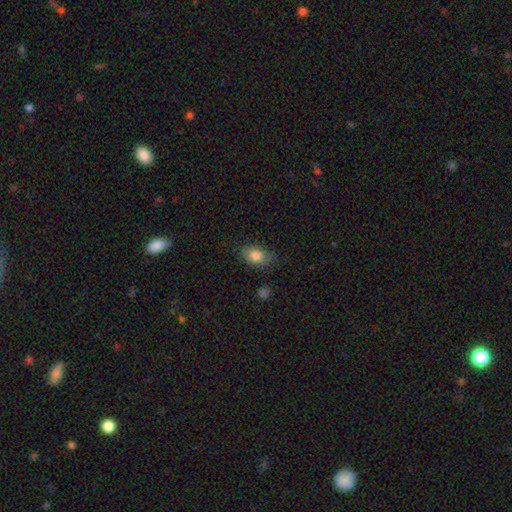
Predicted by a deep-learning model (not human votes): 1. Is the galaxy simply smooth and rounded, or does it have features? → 83% smooth, 9% featured or disk, 8% star or artifact.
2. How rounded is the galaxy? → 84% in between, 14% round, 2% cigar-shaped.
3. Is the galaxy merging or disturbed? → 76% none, 19% minor disturbance, 4% major disturbance, 2% merger.